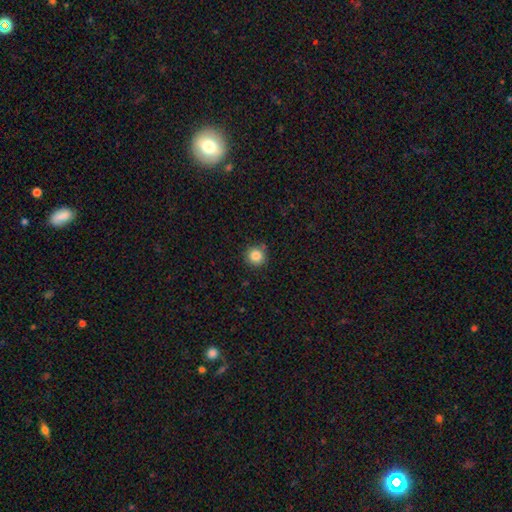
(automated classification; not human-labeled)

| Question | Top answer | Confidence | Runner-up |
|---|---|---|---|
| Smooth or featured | smooth | 85% | star or artifact (11%) |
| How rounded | round | 95% | in between (5%) |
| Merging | none | 85% | minor disturbance (10%) |